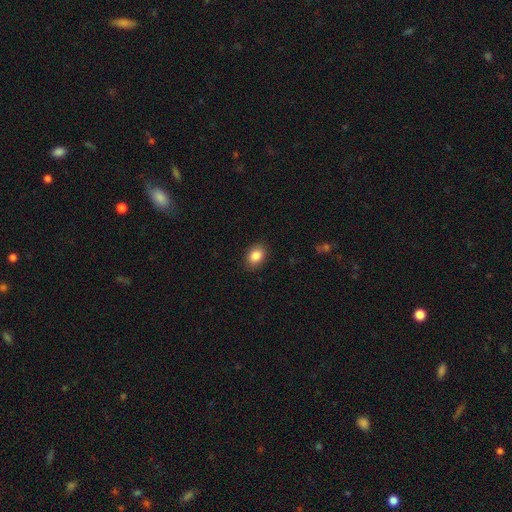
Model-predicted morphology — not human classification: Smooth or featured? smooth (87%)
How rounded? in between (75%)
Merging? none (88%)